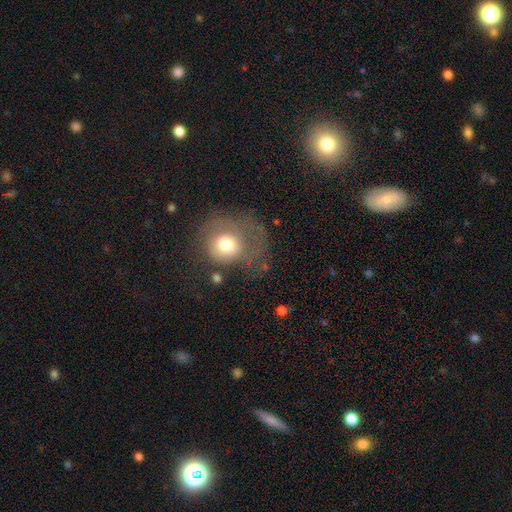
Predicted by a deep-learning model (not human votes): Morphology: type=smooth (58%); roundness=round (78%); merging=none (43%).